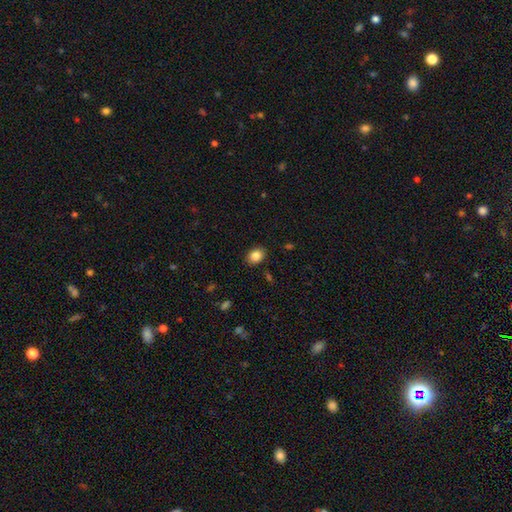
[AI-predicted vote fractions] smooth 85%, star or artifact 9%, featured or disk 6%. Down the decision tree: how rounded — in between (63%); merging — none (88%).